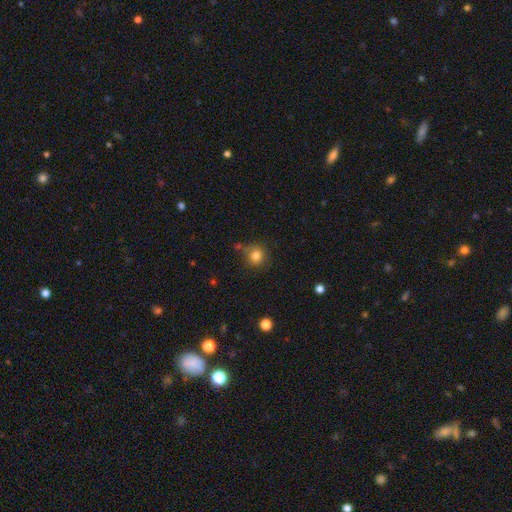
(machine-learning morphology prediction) smooth_or_featured: smooth (p=0.82) [alt: star or artifact p=0.12]
how_rounded: round (p=0.87) [alt: in between p=0.12]
merging: none (p=0.74) [alt: minor disturbance p=0.15]